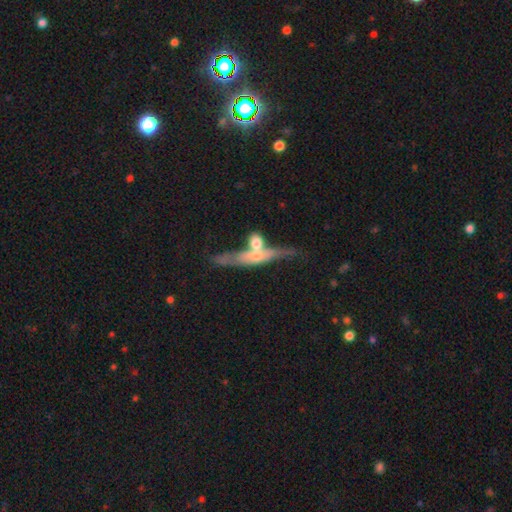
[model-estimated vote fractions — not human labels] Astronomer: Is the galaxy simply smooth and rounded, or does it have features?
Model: featured or disk — 61%.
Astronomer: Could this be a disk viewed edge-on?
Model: yes — 81%.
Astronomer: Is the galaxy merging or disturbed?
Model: none — 46% (runner-up: merger, 31%).